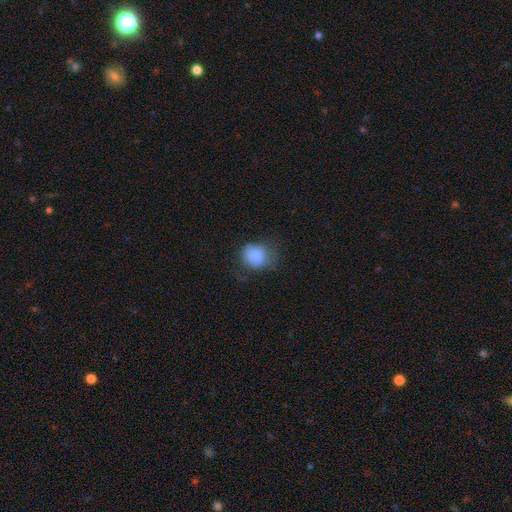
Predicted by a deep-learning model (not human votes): A smooth galaxy with no disk features (83%) that is round (64%).

Vote fractions:
- Smooth or featured? smooth: 83% / star or artifact: 9% / featured or disk: 8%
- How rounded? round: 64% / in between: 35% / cigar-shaped: 1%
- Merging? none: 53% / minor disturbance: 31% / major disturbance: 15% / merger: 1%